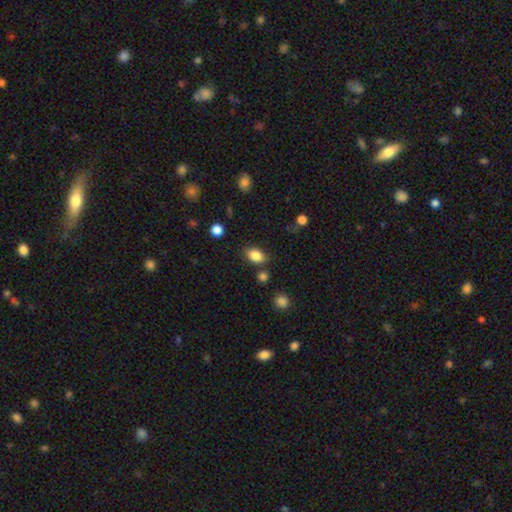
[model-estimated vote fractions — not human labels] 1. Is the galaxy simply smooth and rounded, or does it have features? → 85% smooth, 9% star or artifact, 6% featured or disk.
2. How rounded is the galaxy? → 81% in between, 17% round, 2% cigar-shaped.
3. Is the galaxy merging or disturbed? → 76% none, 15% minor disturbance, 5% merger, 4% major disturbance.